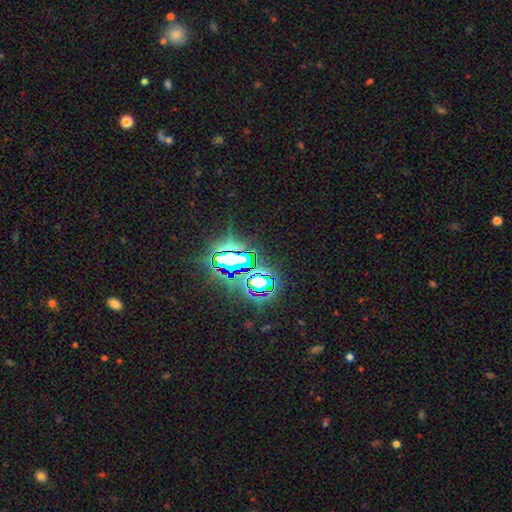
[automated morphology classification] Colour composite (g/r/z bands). It shows a star or artifact, not a galaxy (81%).